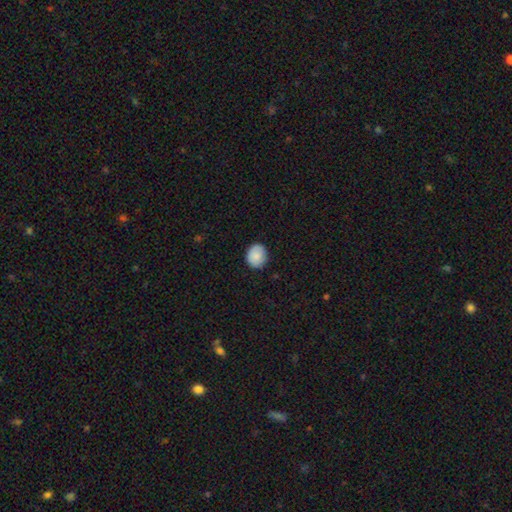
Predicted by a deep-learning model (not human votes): Smooth or featured: smooth — 87% (star or artifact — 7%)
How rounded: round — 67% (in between — 32%)
Merging: none — 84% (minor disturbance — 13%)